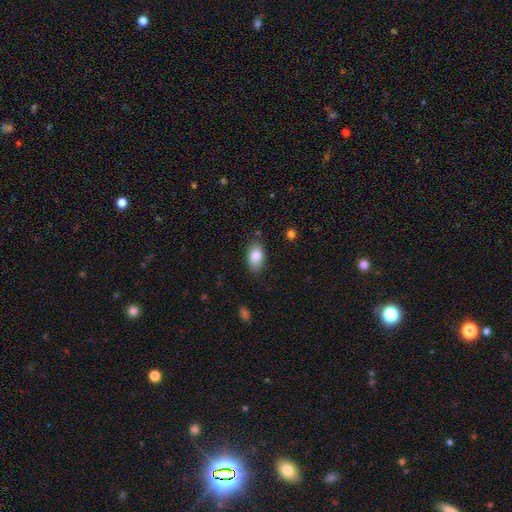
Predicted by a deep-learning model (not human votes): Smooth or featured: smooth — 85% (featured or disk — 8%)
How rounded: in between — 90% (round — 7%)
Merging: none — 79% (minor disturbance — 16%)